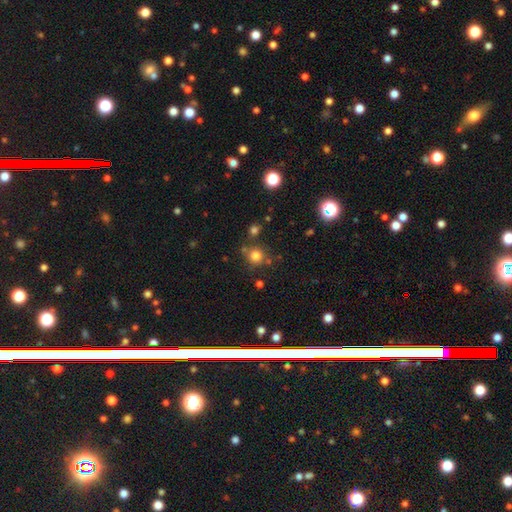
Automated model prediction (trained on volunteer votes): Q: Smooth or featured?
A: smooth (77%); runner-up: star or artifact (16%)
Q: How rounded?
A: round (92%); runner-up: in between (7%)
Q: Merging?
A: none (75%); runner-up: merger (11%)